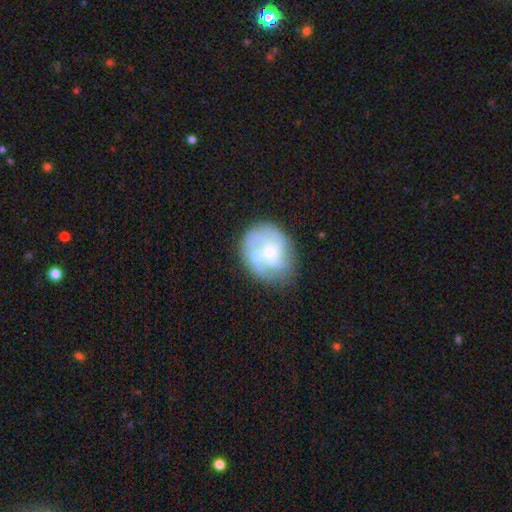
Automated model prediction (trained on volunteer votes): Overall: featured or disk (64%; smooth 28%). Edge-on disk: no (98%). Bar: no (74%). Spiral arms: yes (72%). Bulge size: small (43%; moderate 38%). Merging: none (55%; minor disturbance 20%).